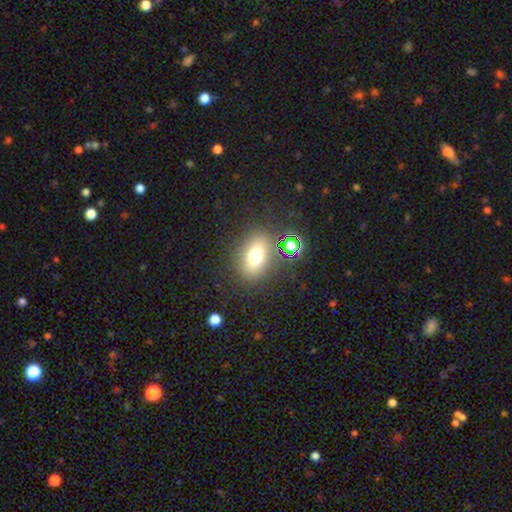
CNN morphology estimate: Q: Smooth or featured?
A: smooth (67%); runner-up: star or artifact (18%)
Q: How rounded?
A: in between (65%); runner-up: round (32%)
Q: Merging?
A: none (81%); runner-up: minor disturbance (10%)